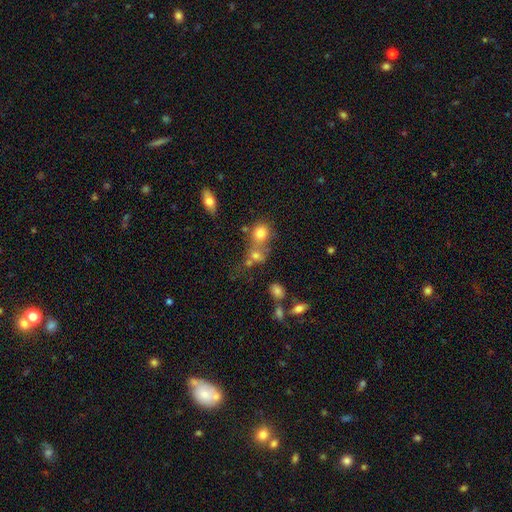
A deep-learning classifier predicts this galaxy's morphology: This appears to be a smooth galaxy with no disk features (72%) that is round (71%). Merging: merger (45%).